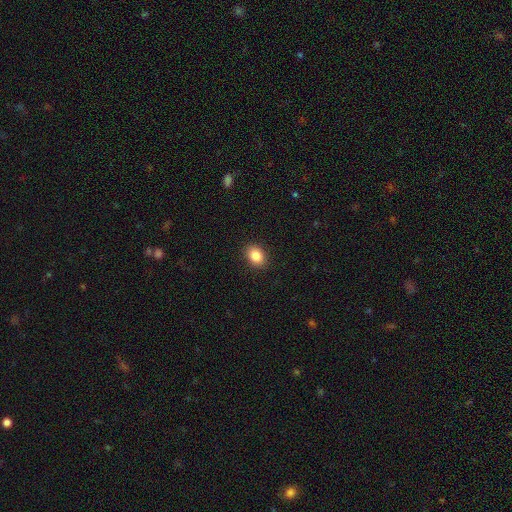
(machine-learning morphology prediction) Smooth or featured? smooth (87%)
How rounded? in between (71%)
Merging? none (90%)